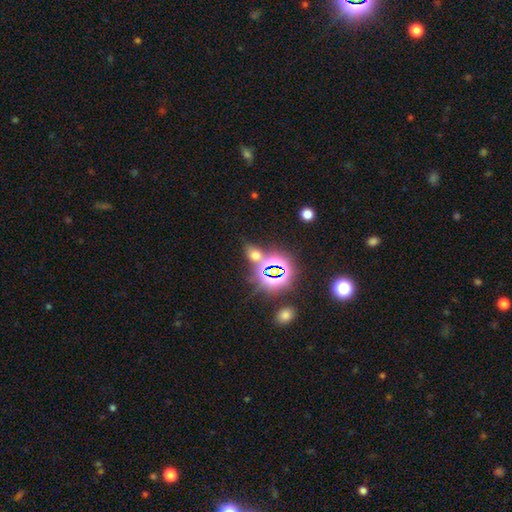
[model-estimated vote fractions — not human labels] Smooth or featured? smooth (46%)
Merging? none (66%)